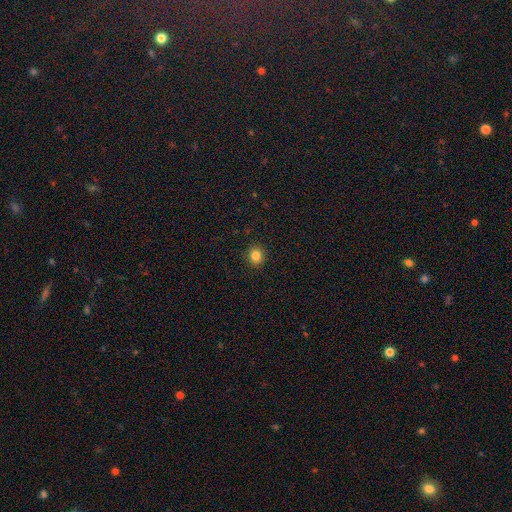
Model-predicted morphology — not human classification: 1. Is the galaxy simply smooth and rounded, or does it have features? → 83% smooth, 12% star or artifact, 5% featured or disk.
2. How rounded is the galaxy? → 85% round, 14% in between, 1% cigar-shaped.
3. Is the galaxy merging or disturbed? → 92% none, 5% minor disturbance, 2% major disturbance, 1% merger.